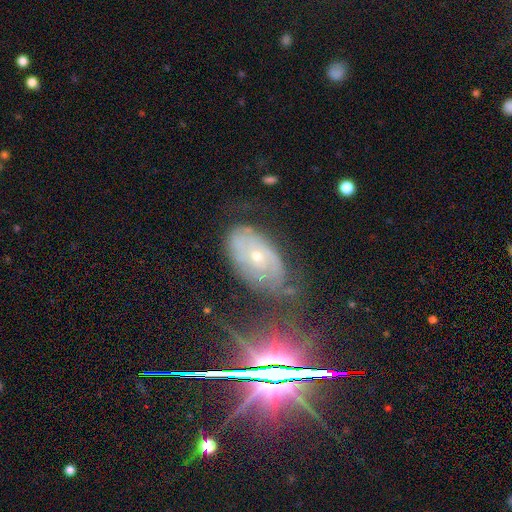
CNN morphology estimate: smooth_or_featured: featured or disk (p=0.60) [alt: star or artifact p=0.22]
disk_edge_on: no (p=0.90) [alt: yes p=0.10]
bar: no (p=0.78) [alt: weak p=0.17]
has_spiral_arms: yes (p=0.73) [alt: no p=0.27]
bulge_size: small (p=0.62) [alt: moderate p=0.35]
merging: none (p=0.69) [alt: minor disturbance p=0.21]